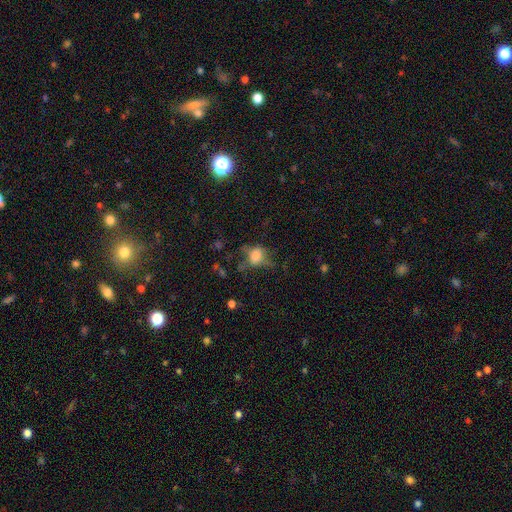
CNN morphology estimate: smooth-or-featured: smooth: 60% | featured or disk: 26% | star or artifact: 15%
  how-rounded: in between: 53% | round: 45% | cigar-shaped: 2%
  merging: none: 42% | major disturbance: 32% | minor disturbance: 23% | merger: 4%